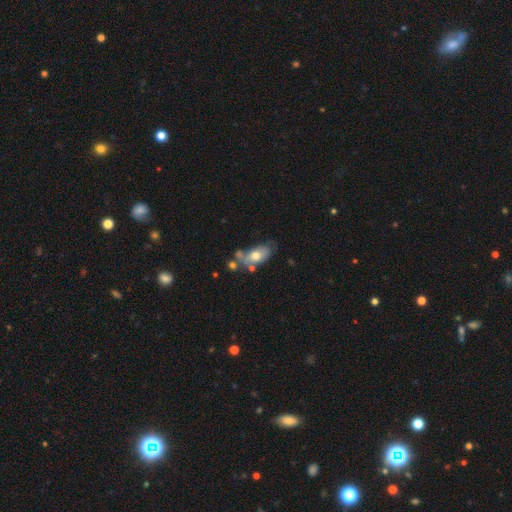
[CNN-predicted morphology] The model was most divided on "merging": none: 40%, minor disturbance: 24%, merger: 24%, major disturbance: 13%. More confident: how rounded — in between (88%); smooth or featured — smooth (59%).